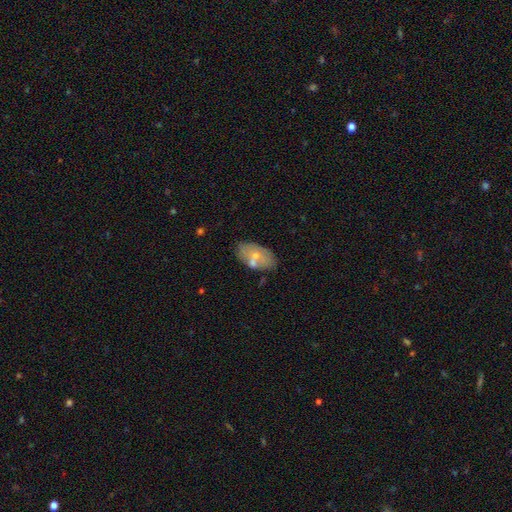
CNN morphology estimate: Smooth or featured? Predicted: smooth (p=0.56). How rounded? Predicted: in between (p=0.92). Merging? Predicted: none (p=0.57).